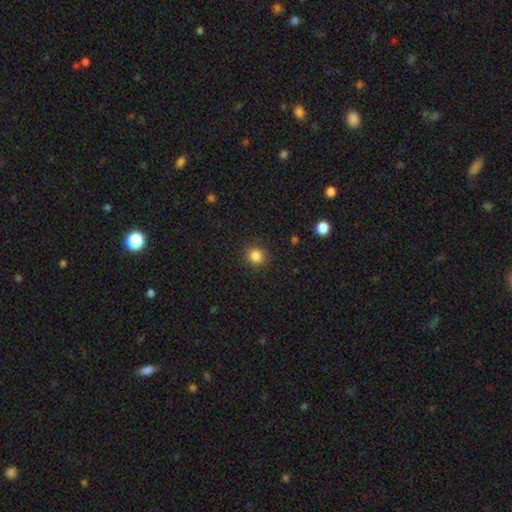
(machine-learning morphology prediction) Smooth or featured: smooth — 85% (star or artifact — 11%)
How rounded: round — 89% (in between — 10%)
Merging: none — 89% (minor disturbance — 7%)